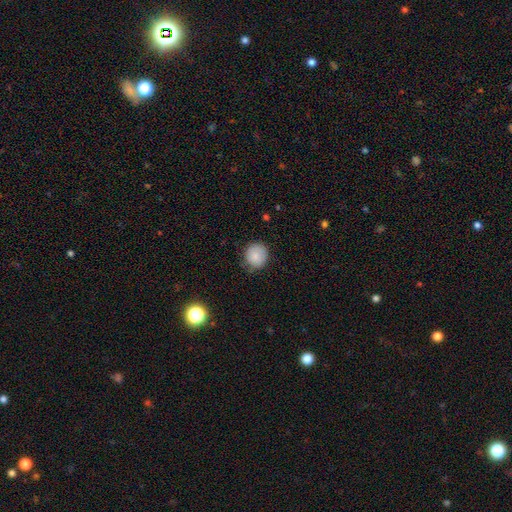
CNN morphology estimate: The model was most divided on "merging": none: 75%, minor disturbance: 20%, major disturbance: 4%, merger: 1%. More confident: smooth or featured — smooth (86%); how rounded — round (85%).